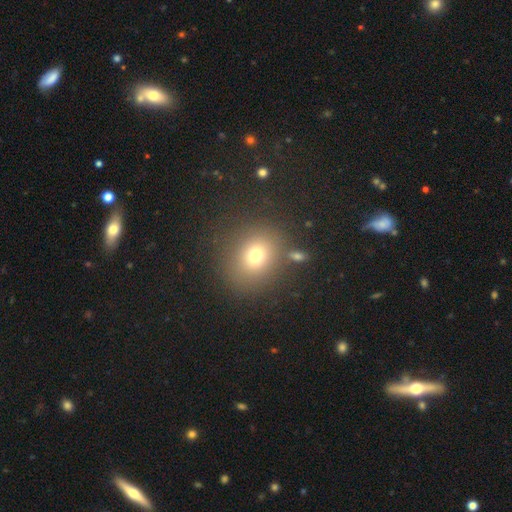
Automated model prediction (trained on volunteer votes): Overall: smooth (72%). How rounded: round (72%). Merging: none (79%).